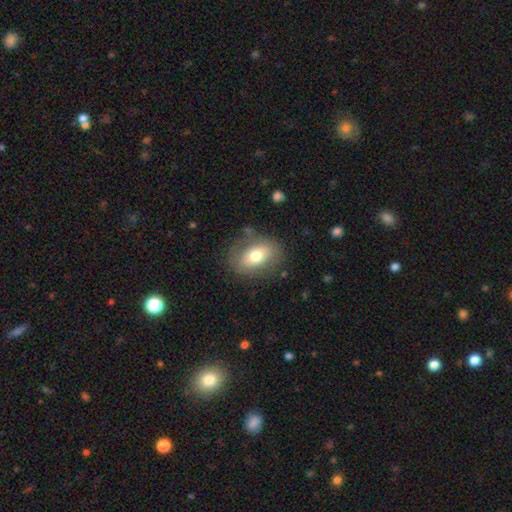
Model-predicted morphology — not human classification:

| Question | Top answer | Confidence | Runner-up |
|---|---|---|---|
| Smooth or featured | smooth | 65% | featured or disk (27%) |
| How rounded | in between | 75% | round (24%) |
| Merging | none | 76% | minor disturbance (16%) |